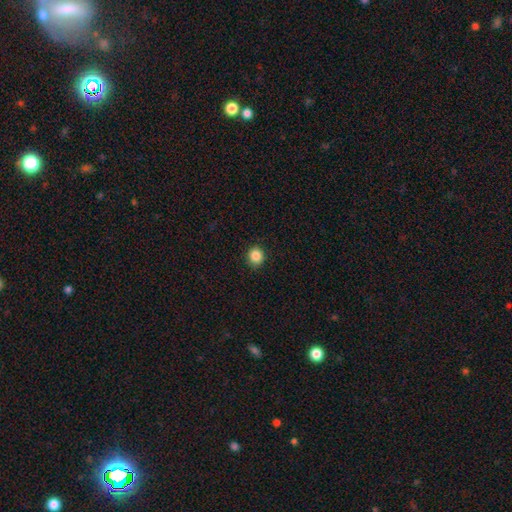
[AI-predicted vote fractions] Smooth or featured?
  - smooth: 86% *
  - star or artifact: 10%
  - featured or disk: 4%
How rounded?
  - round: 84% *
  - in between: 15%
  - cigar-shaped: 1%
Merging?
  - none: 90% *
  - minor disturbance: 7%
  - major disturbance: 2%
  - merger: 1%